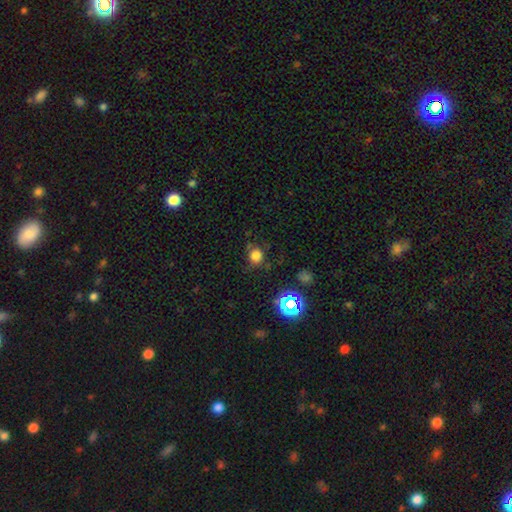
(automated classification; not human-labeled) Q: Smooth or featured?
A: smooth (73%); runner-up: star or artifact (20%)
Q: How rounded?
A: round (84%); runner-up: in between (15%)
Q: Merging?
A: none (69%); runner-up: minor disturbance (19%)